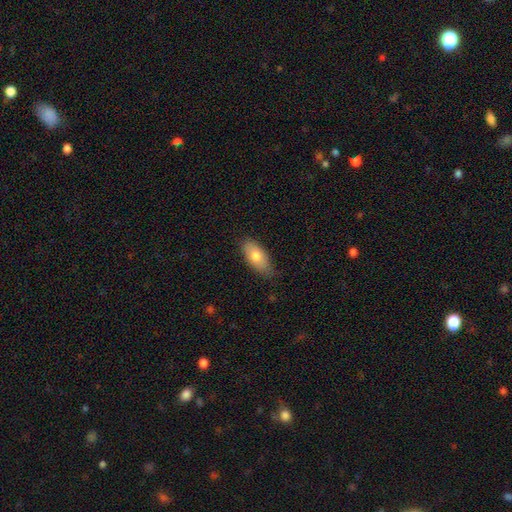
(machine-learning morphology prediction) Q: Smooth or featured?
A: smooth (77%); runner-up: featured or disk (17%)
Q: How rounded?
A: in between (88%); runner-up: cigar-shaped (9%)
Q: Merging?
A: none (78%); runner-up: minor disturbance (18%)